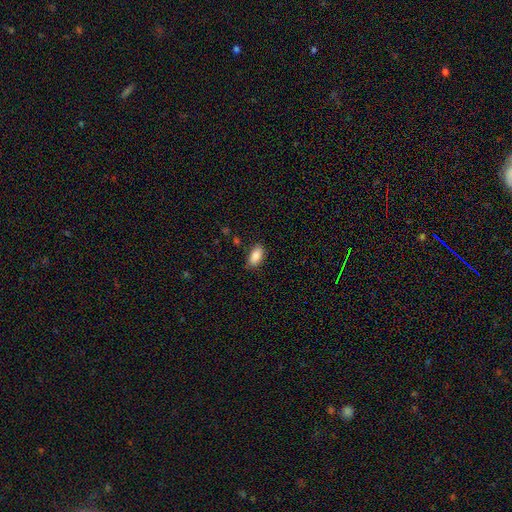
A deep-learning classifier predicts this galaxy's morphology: Smooth or featured? smooth (87%)
How rounded? in between (92%)
Merging? none (84%)